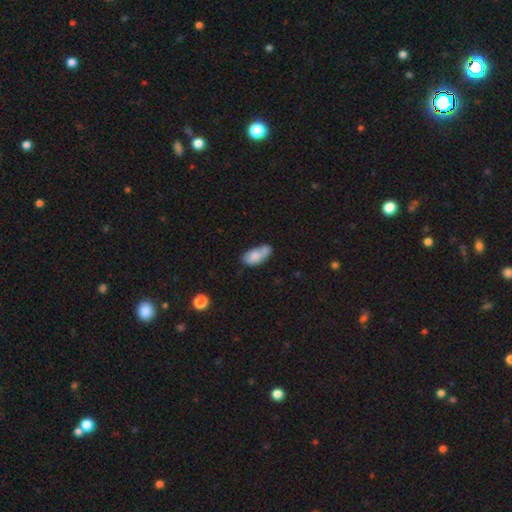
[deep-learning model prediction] Q: Smooth or featured?
A: smooth (76%); runner-up: featured or disk (16%)
Q: How rounded?
A: in between (90%); runner-up: cigar-shaped (6%)
Q: Merging?
A: none (40%); runner-up: merger (28%)